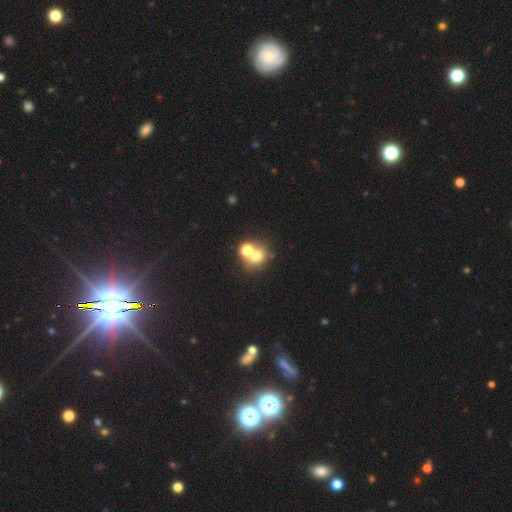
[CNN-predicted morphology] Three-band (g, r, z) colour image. It shows a smooth galaxy with no disk features (65%) that is round (71%). Merging: merger (45%).